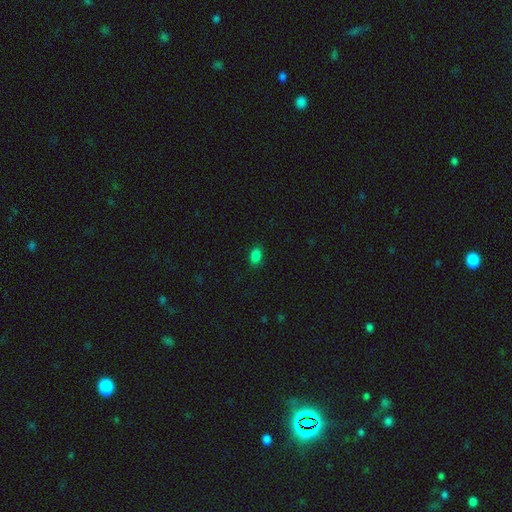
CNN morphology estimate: Smooth or featured?
  - smooth: 85% *
  - star or artifact: 12%
  - featured or disk: 3%
How rounded?
  - in between: 88% *
  - round: 10%
  - cigar-shaped: 2%
Merging?
  - none: 87% *
  - minor disturbance: 9%
  - major disturbance: 2%
  - merger: 1%